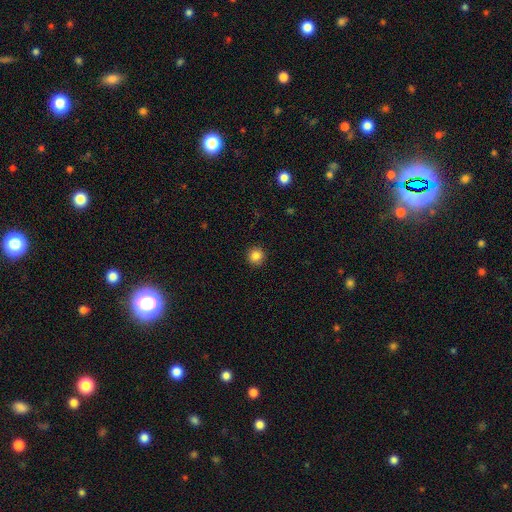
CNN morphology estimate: smooth-or-featured: smooth: 86% | star or artifact: 11% | featured or disk: 3%
  how-rounded: round: 94% | in between: 5% | cigar-shaped: 1%
  merging: none: 92% | minor disturbance: 6% | major disturbance: 2% | merger: 1%